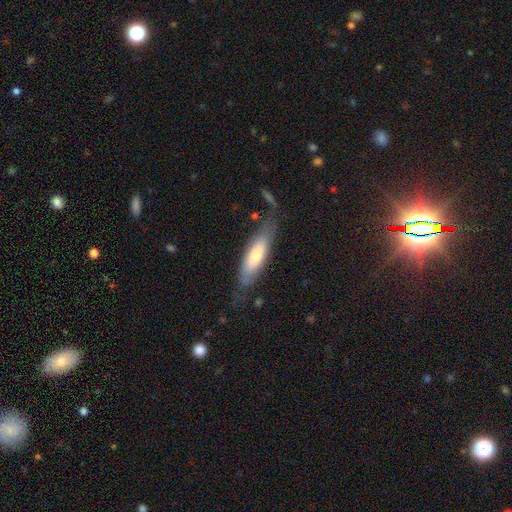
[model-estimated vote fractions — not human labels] Smooth or featured: smooth — 62% (featured or disk — 32%)
How rounded: cigar-shaped — 55% (in between — 43%)
Merging: none — 63% (minor disturbance — 24%)